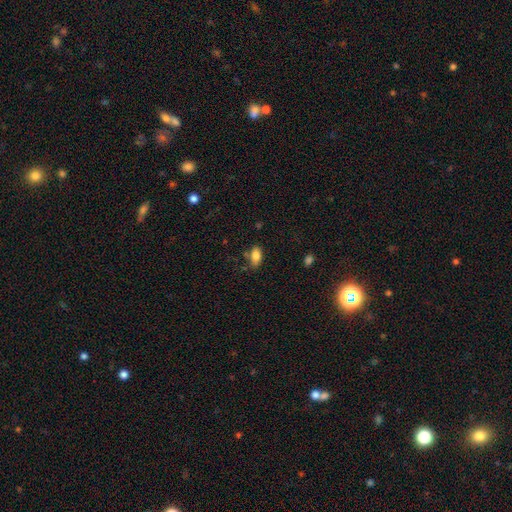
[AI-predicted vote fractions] This is clearly a smooth galaxy (83%). How rounded: clearly in between (90%). Merging: likely none (67%).